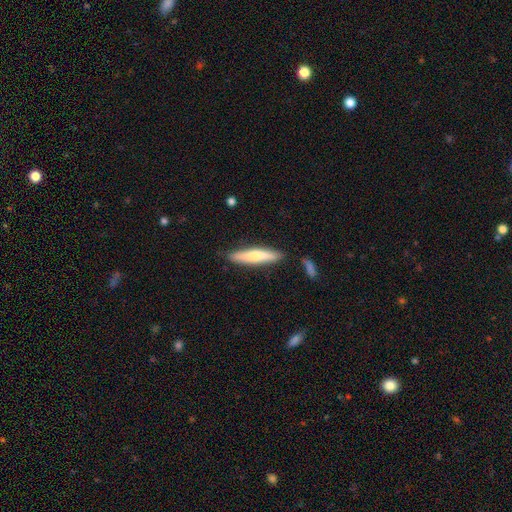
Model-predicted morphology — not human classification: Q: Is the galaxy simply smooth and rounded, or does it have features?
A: smooth — 68%.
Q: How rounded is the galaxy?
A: cigar-shaped — 87%.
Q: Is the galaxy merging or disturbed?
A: none — 83%.